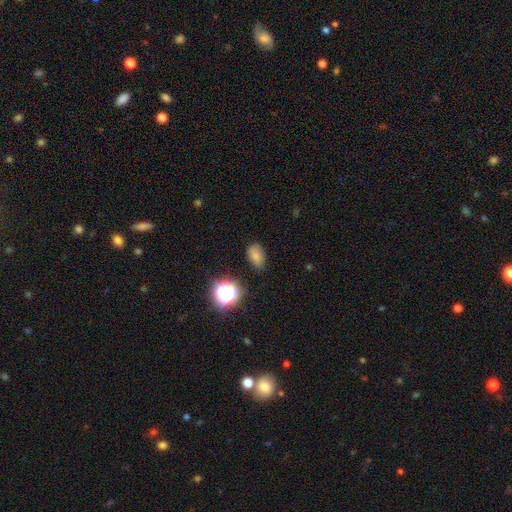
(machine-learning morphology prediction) Overall: smooth (76%). How rounded: in between (82%). Merging: none (73%).